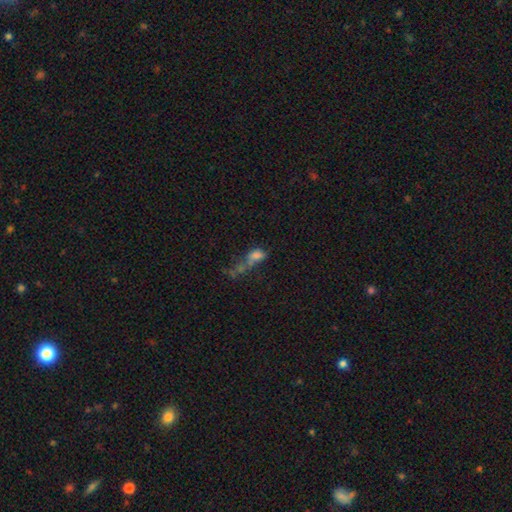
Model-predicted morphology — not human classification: smooth_or_featured: smooth (p=0.59) [alt: featured or disk p=0.23]
how_rounded: in between (p=0.75) [alt: round p=0.16]
merging: merger (p=0.46) [alt: major disturbance p=0.25]